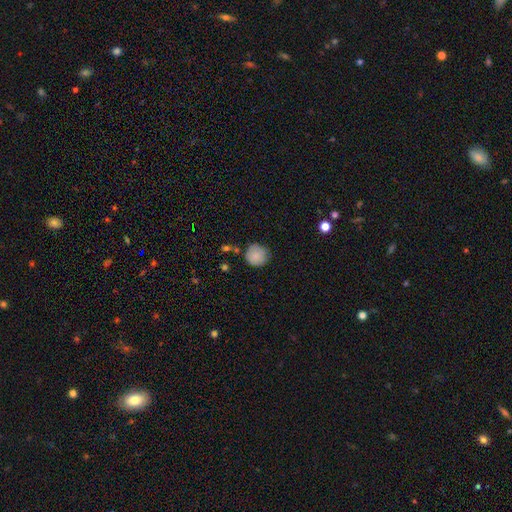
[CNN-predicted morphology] Smooth or featured: smooth — 85% (star or artifact — 8%)
How rounded: round — 92% (in between — 7%)
Merging: none — 74% (minor disturbance — 19%)